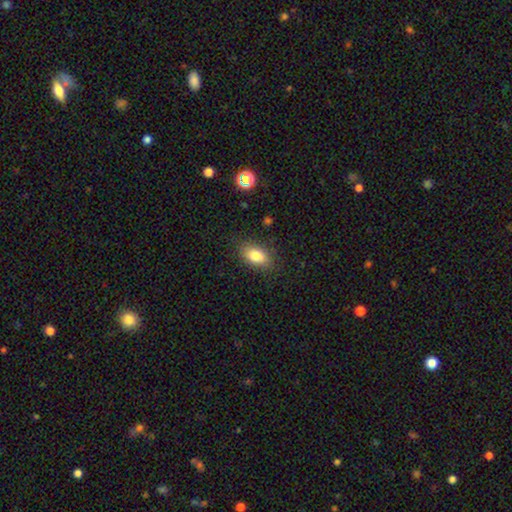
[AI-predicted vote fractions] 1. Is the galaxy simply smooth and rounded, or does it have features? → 82% smooth, 9% featured or disk, 9% star or artifact.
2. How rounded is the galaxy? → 88% in between, 9% round, 3% cigar-shaped.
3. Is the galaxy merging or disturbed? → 84% none, 12% minor disturbance, 3% major disturbance, 1% merger.